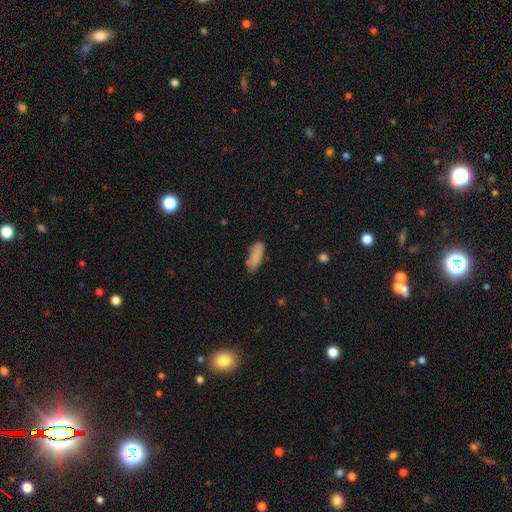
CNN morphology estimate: Smooth or featured: smooth — 85% (featured or disk — 8%)
How rounded: in between — 70% (cigar-shaped — 28%)
Merging: none — 70% (minor disturbance — 22%)